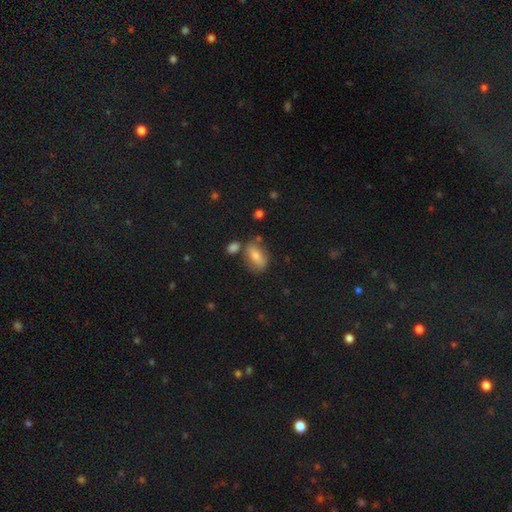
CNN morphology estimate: Smooth or featured? smooth (64%)
How rounded? in between (82%)
Merging? none (67%)